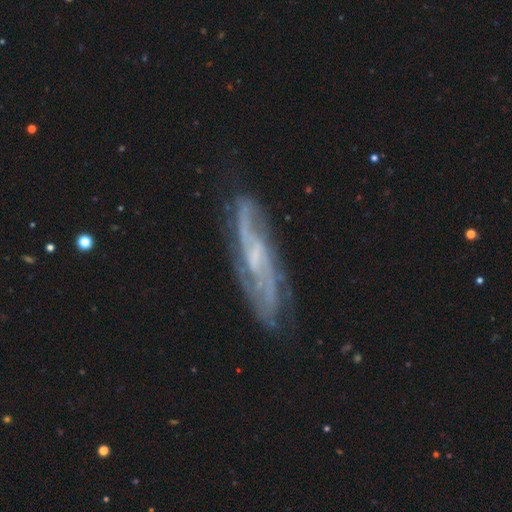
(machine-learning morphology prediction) type=featured or disk (80%); edge-on=no (71%); bar=no (48%); spiral arms=yes (92%); winding=medium (41%); arm count=2 (38%); bulge=small (58%); merging=none (75%).